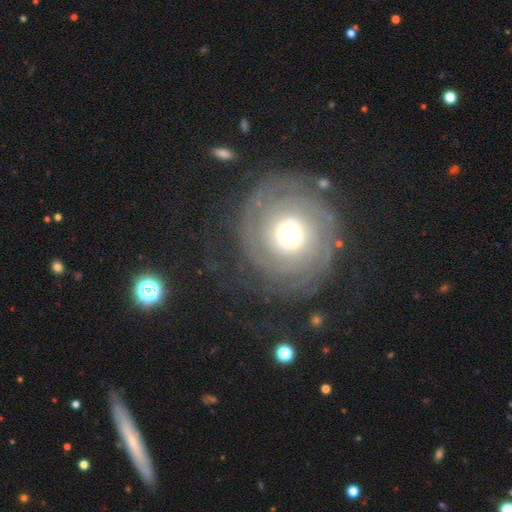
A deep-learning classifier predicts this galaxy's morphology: This is likely a featured or disk galaxy (75%). It is clearly not viewed edge-on (97%). Bar: likely no (80%). Spiral arm pattern: clearly yes (87%). Spiral arm count: marginally 2 (37%). Spiral winding: likely tight (78%). Central bulge: likely moderate (64%). Merging: likely none (79%).